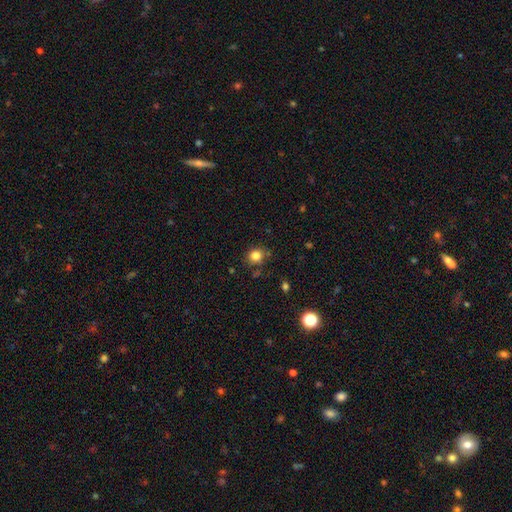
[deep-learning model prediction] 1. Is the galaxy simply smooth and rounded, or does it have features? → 82% smooth, 13% star or artifact, 6% featured or disk.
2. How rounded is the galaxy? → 83% round, 16% in between, 1% cigar-shaped.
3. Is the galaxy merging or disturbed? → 79% none, 12% minor disturbance, 5% merger, 3% major disturbance.